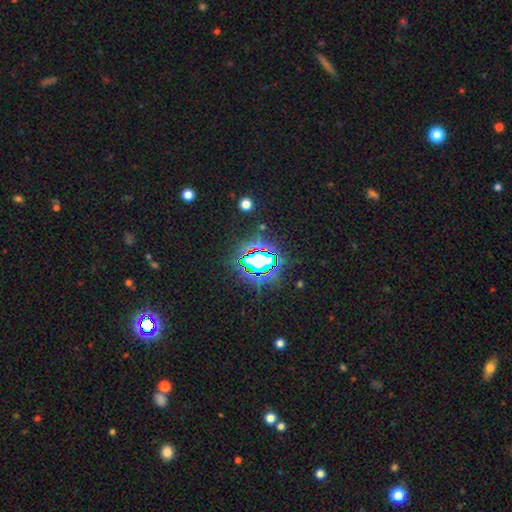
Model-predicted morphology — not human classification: smooth-or-featured: star or artifact: 79% | smooth: 13% | featured or disk: 8%